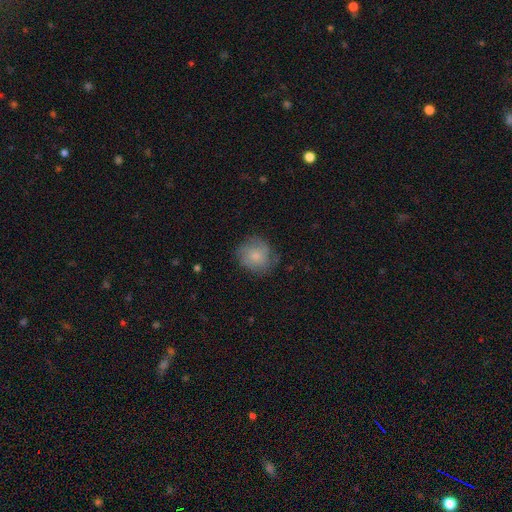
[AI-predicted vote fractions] smooth_or_featured: smooth (p=0.66) [alt: featured or disk p=0.27]
how_rounded: round (p=0.86) [alt: in between p=0.13]
merging: none (p=0.70) [alt: minor disturbance p=0.21]